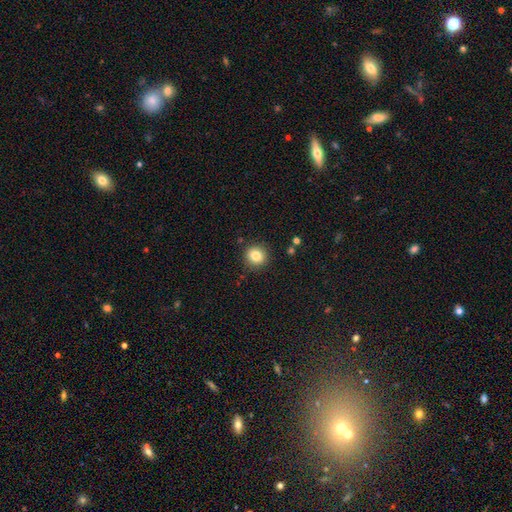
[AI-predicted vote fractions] The model was most divided on "smooth or featured": smooth: 83%, star or artifact: 10%, featured or disk: 7%. More confident: how rounded — round (89%); merging — none (89%).